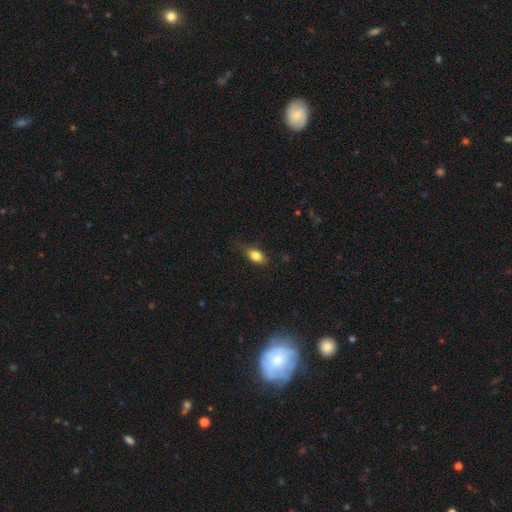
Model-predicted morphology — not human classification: smooth 81%, featured or disk 10%, star or artifact 9%. Down the decision tree: how rounded — in between (83%); merging — none (74%).